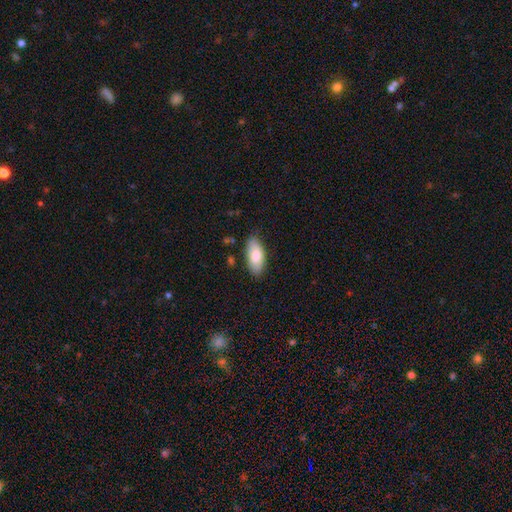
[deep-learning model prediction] Smooth or featured? smooth (82%)
How rounded? in between (88%)
Merging? none (80%)